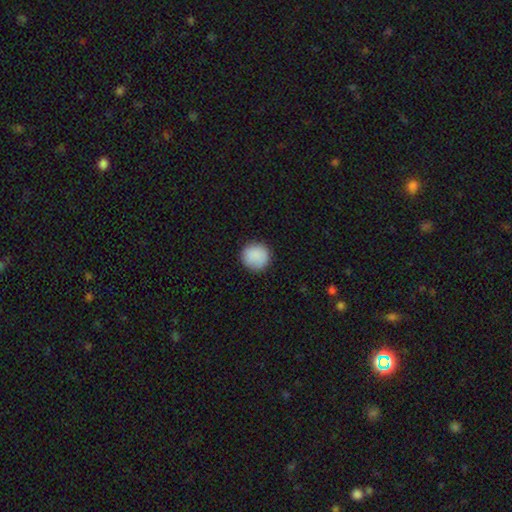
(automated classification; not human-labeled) This appears to be a smooth galaxy with no disk features (89%) that is round (93%). Merging: none (89%).